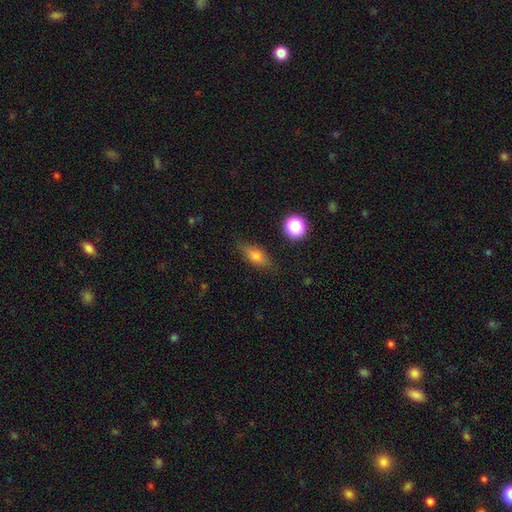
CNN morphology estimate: type=smooth (70%); roundness=in between (70%); merging=none (78%).